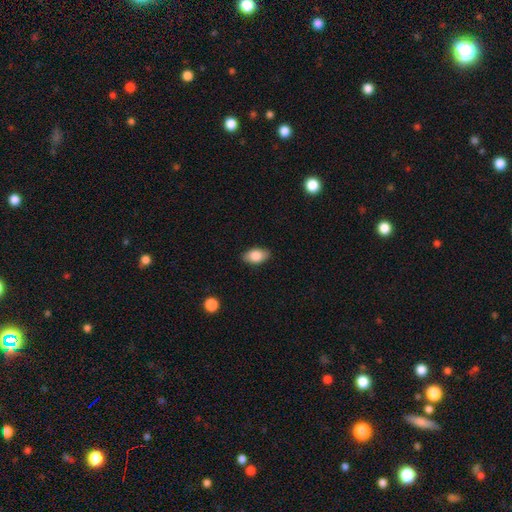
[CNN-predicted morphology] This appears to be a smooth galaxy with no disk features (85%) that is in between round and cigar-shaped (92%). Merging: none (86%).